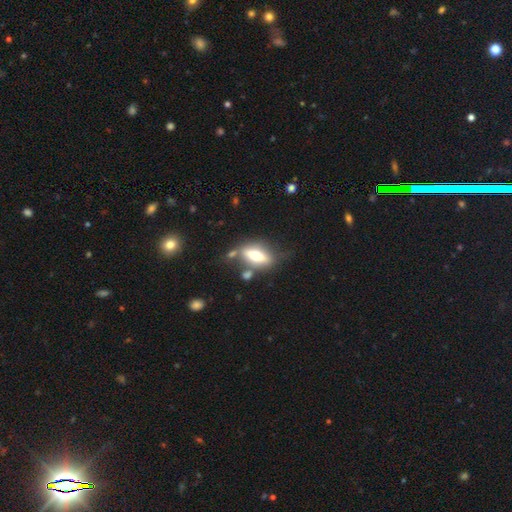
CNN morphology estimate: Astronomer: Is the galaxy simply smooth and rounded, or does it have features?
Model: smooth — 48% (runner-up: featured or disk, 45%).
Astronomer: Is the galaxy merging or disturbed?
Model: none — 60%.